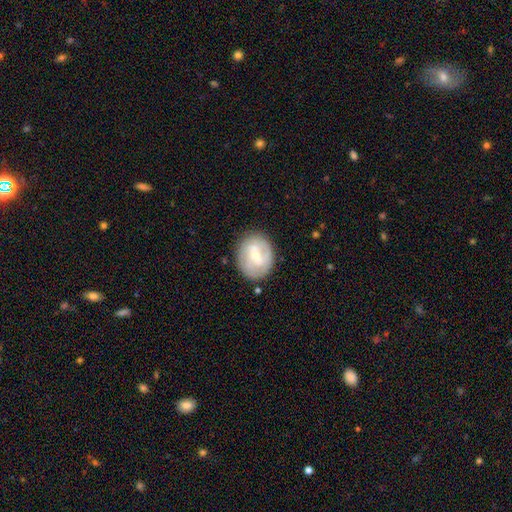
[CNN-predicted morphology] Overall: featured or disk (58%; smooth 36%). Edge-on disk: no (95%). Bar: weak (48%; strong 30%). Spiral arms: yes (56%; no 44%). Bulge size: small (62%; moderate 33%). Merging: none (79%).